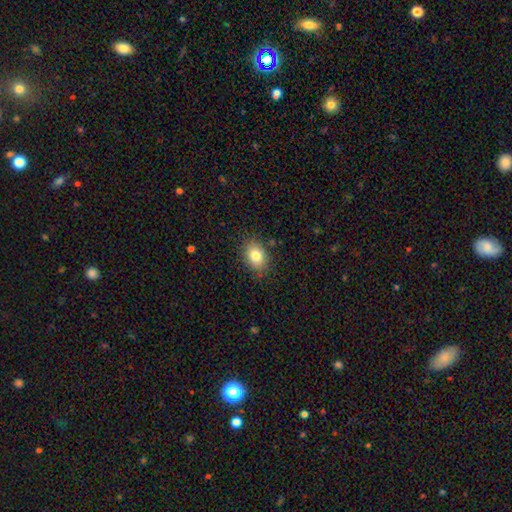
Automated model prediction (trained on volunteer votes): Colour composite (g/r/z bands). It shows a smooth galaxy with no disk features (82%) that is in between round and cigar-shaped (71%). Merging: none (84%).